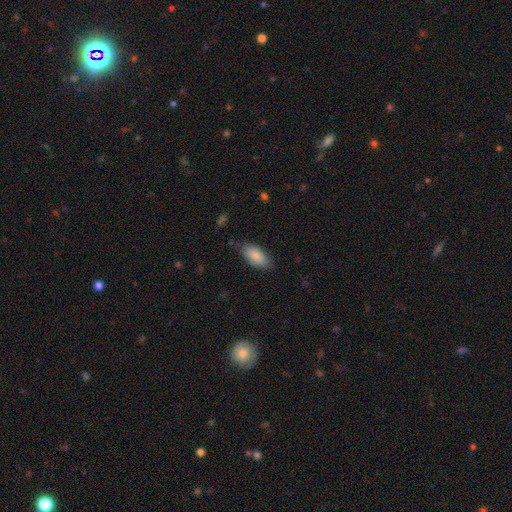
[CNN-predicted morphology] Smooth or featured? smooth (86%)
How rounded? in between (91%)
Merging? none (77%)